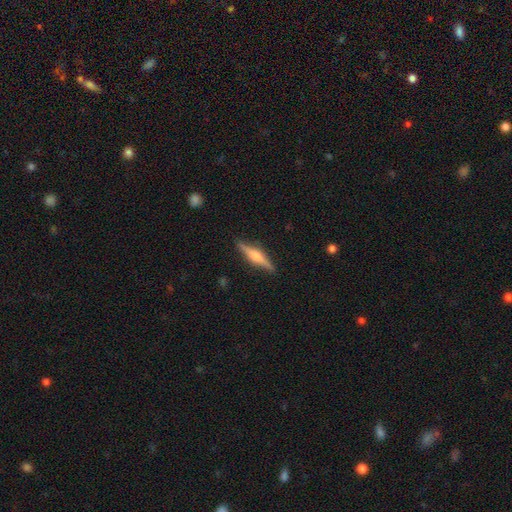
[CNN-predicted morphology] Q: Smooth or featured?
A: featured or disk (69%); runner-up: smooth (26%)
Q: Edge-on disk?
A: yes (97%); runner-up: no (3%)
Q: Edge-on bulge?
A: rounded (87%); runner-up: boxy (9%)
Q: Merging?
A: none (89%); runner-up: minor disturbance (8%)